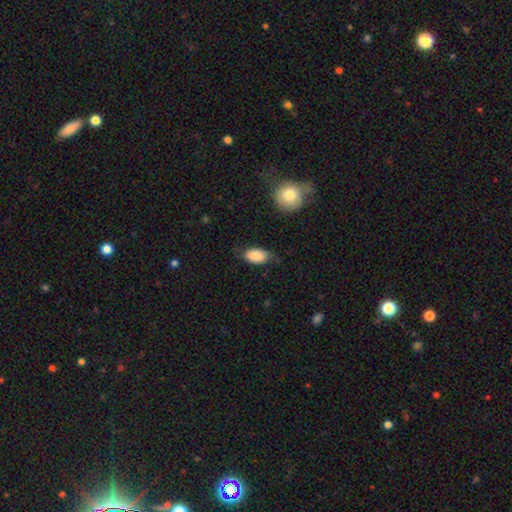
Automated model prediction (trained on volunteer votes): Overall: smooth (85%). How rounded: in between (93%). Merging: none (64%; minor disturbance 27%).